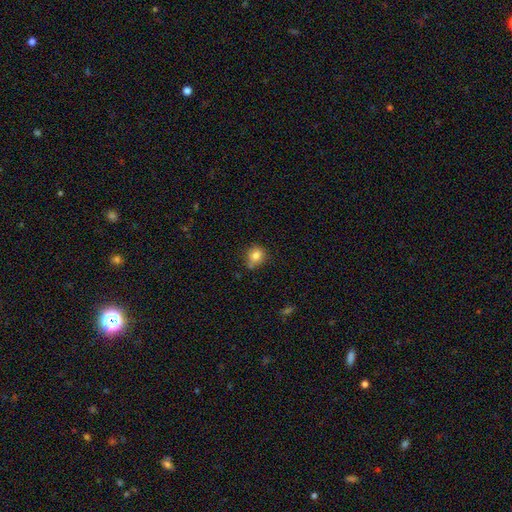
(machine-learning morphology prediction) Q: Smooth or featured?
A: smooth (81%); runner-up: star or artifact (10%)
Q: How rounded?
A: round (73%); runner-up: in between (26%)
Q: Merging?
A: none (64%); runner-up: minor disturbance (25%)